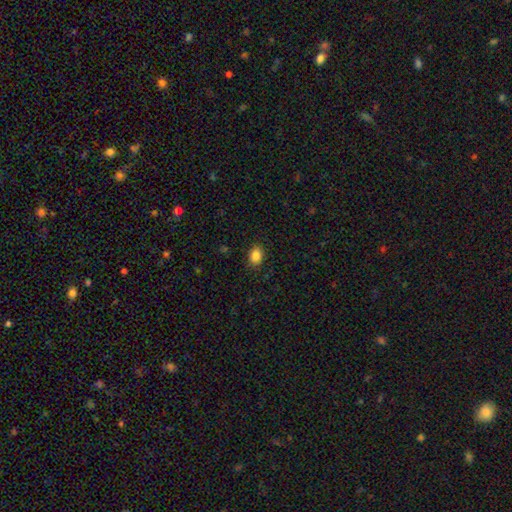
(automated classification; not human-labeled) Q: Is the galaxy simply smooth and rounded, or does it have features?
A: smooth — 86%.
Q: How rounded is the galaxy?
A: in between — 65%.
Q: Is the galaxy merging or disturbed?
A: none — 89%.